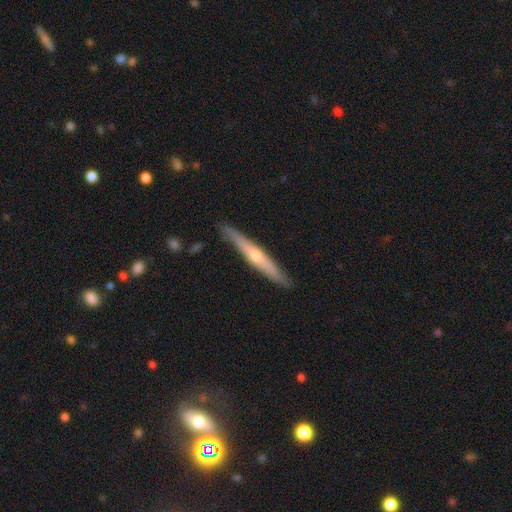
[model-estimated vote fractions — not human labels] Overall: featured or disk (63%; smooth 32%). Edge-on disk: yes (95%). Edge-on bulge: rounded (77%). Merging: none (89%).